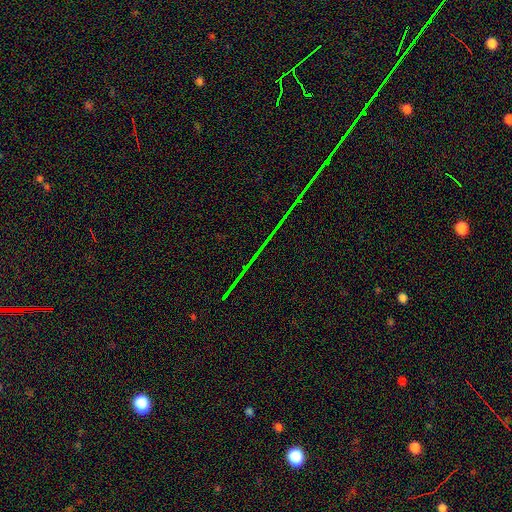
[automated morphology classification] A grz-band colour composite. It shows a star or artifact, not a galaxy (83%).